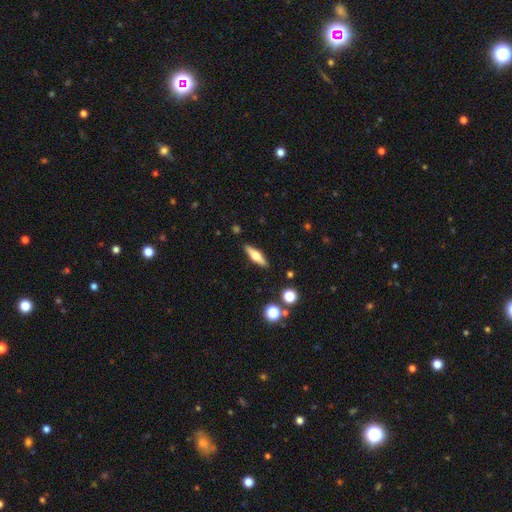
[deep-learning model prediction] This is possibly a featured or disk galaxy (52%). It is clearly viewed edge-on (92%). Merging: clearly none (89%).